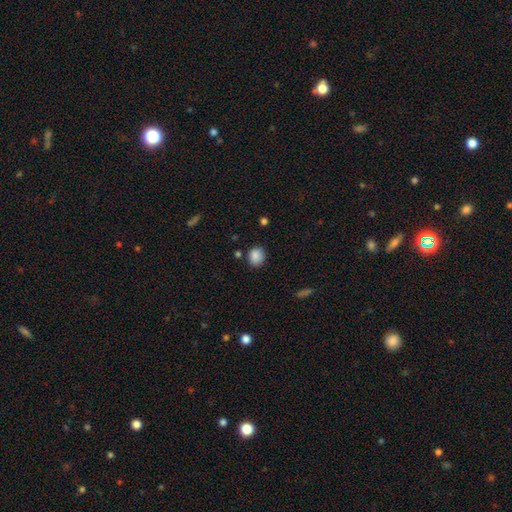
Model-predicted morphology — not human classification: Smooth or featured?
  - smooth: 87% *
  - star or artifact: 9%
  - featured or disk: 4%
How rounded?
  - round: 66% *
  - in between: 33%
  - cigar-shaped: 1%
Merging?
  - none: 82% *
  - minor disturbance: 12%
  - merger: 3%
  - major disturbance: 3%